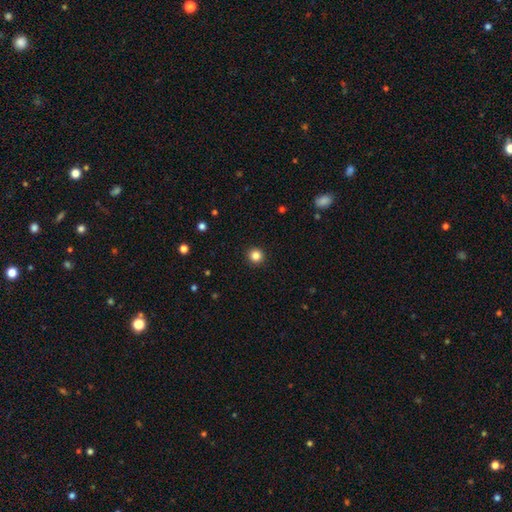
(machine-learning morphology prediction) smooth_or_featured: smooth (p=0.84) [alt: star or artifact p=0.12]
how_rounded: round (p=0.95) [alt: in between p=0.04]
merging: none (p=0.93) [alt: minor disturbance p=0.04]